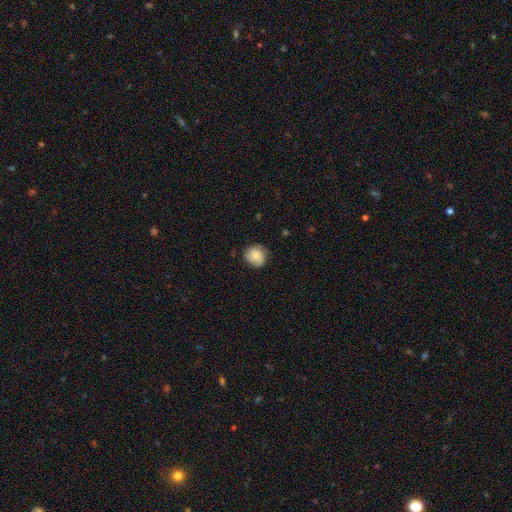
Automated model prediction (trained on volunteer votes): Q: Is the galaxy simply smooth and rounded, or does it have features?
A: smooth — 76%.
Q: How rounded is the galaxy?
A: round — 82%.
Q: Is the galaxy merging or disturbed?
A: none — 72%.